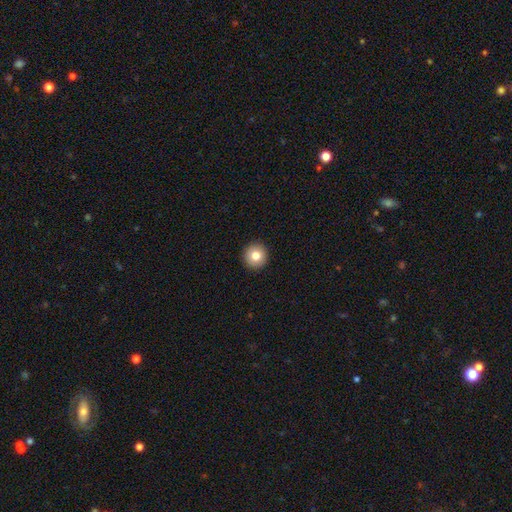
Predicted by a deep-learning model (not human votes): Smooth or featured? Predicted: smooth (p=0.81). How rounded? Predicted: round (p=0.95). Merging? Predicted: none (p=0.93).